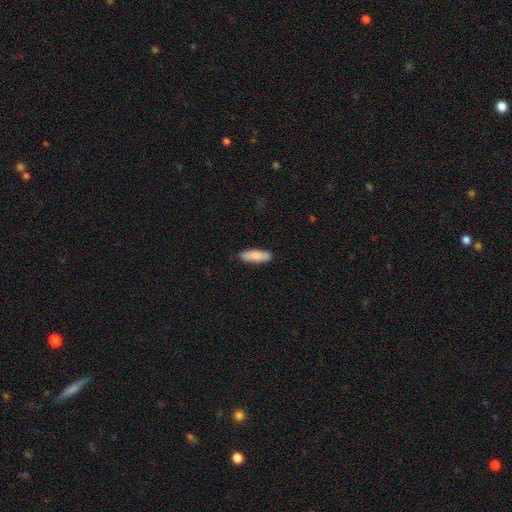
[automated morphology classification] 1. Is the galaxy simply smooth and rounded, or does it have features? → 86% smooth, 9% featured or disk, 5% star or artifact.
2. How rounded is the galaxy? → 52% cigar-shaped, 47% in between, 2% round.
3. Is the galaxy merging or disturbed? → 87% none, 10% minor disturbance, 2% major disturbance, 1% merger.